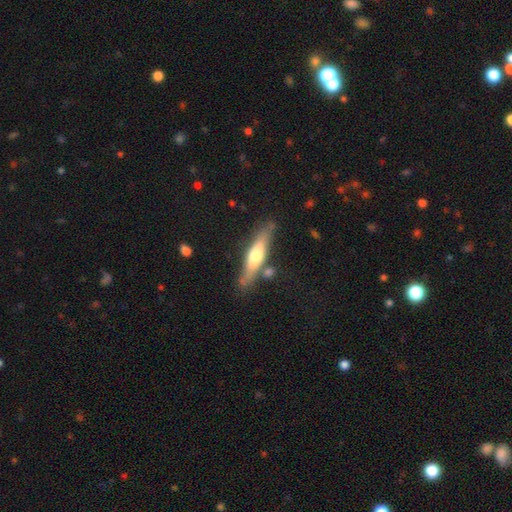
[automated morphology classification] Smooth or featured? Predicted: featured or disk (p=0.52). Edge-on disk? Predicted: yes (p=0.89). Merging? Predicted: none (p=0.77).